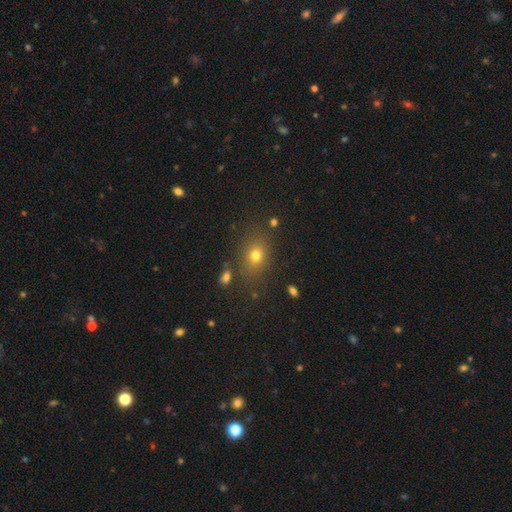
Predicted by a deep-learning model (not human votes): A smooth galaxy with no disk features (73%) that is in between round and cigar-shaped (55%).

Vote fractions:
- Smooth or featured? smooth: 73% / star or artifact: 17% / featured or disk: 10%
- How rounded? in between: 55% / round: 44% / cigar-shaped: 2%
- Merging? none: 80% / minor disturbance: 12% / major disturbance: 4% / merger: 4%